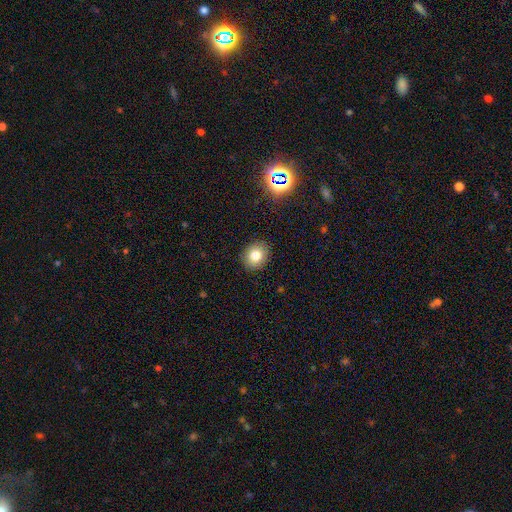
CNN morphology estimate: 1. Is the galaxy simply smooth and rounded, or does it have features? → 79% smooth, 12% star or artifact, 9% featured or disk.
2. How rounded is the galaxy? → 62% round, 38% in between, 1% cigar-shaped.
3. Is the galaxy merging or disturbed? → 89% none, 8% minor disturbance, 2% major disturbance, 1% merger.